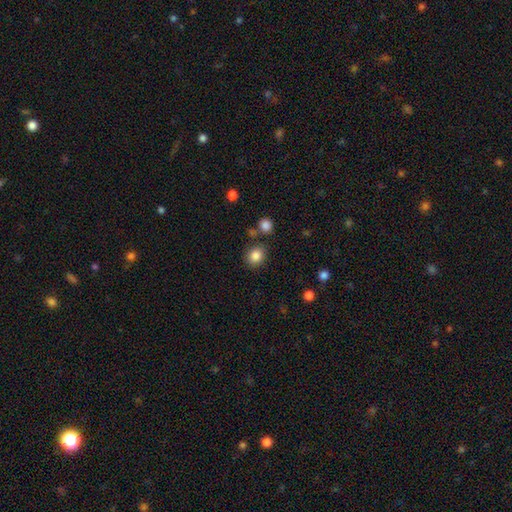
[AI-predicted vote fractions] smooth_or_featured: smooth (p=0.86) [alt: star or artifact p=0.10]
how_rounded: round (p=0.72) [alt: in between p=0.27]
merging: none (p=0.81) [alt: minor disturbance p=0.10]